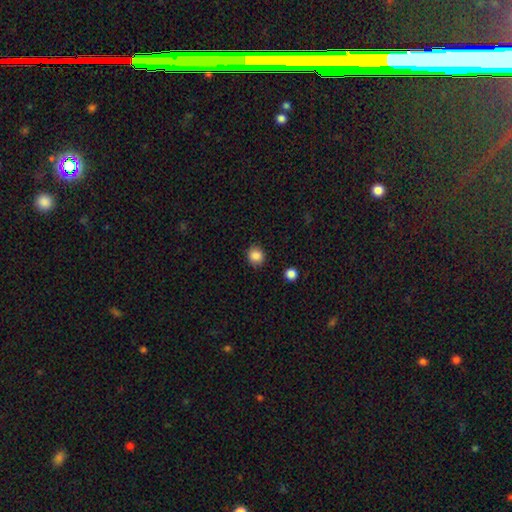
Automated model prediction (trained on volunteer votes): Q: Smooth or featured?
A: smooth (86%); runner-up: star or artifact (10%)
Q: How rounded?
A: round (85%); runner-up: in between (14%)
Q: Merging?
A: none (88%); runner-up: minor disturbance (8%)